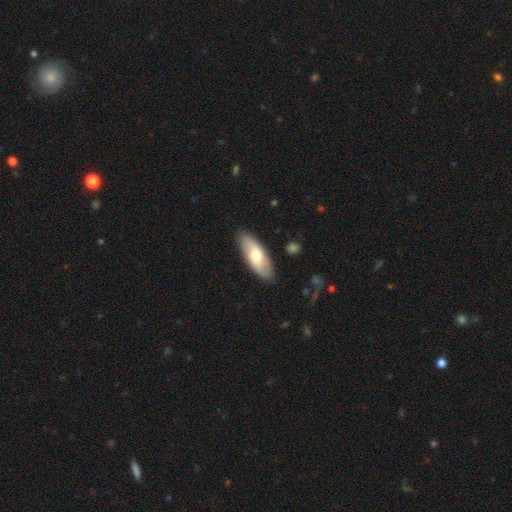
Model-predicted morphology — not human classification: A smooth galaxy with no disk features (66%) that is in between round and cigar-shaped (77%).

Vote fractions:
- Smooth or featured? smooth: 66% / featured or disk: 29% / star or artifact: 5%
- How rounded? in between: 77% / cigar-shaped: 21% / round: 2%
- Merging? none: 85% / minor disturbance: 11% / major disturbance: 2% / merger: 1%